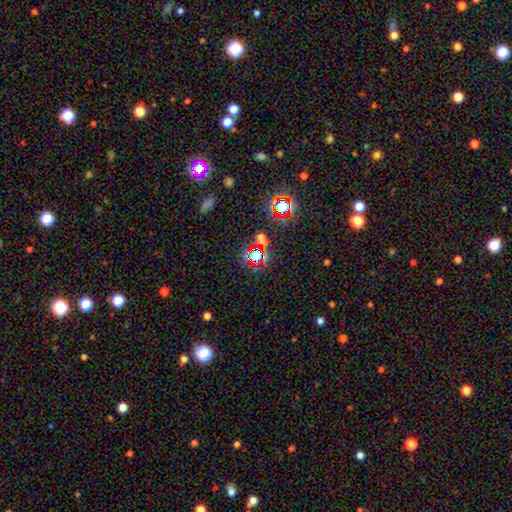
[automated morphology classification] This is likely a star or artifact rather than a galaxy (67%).